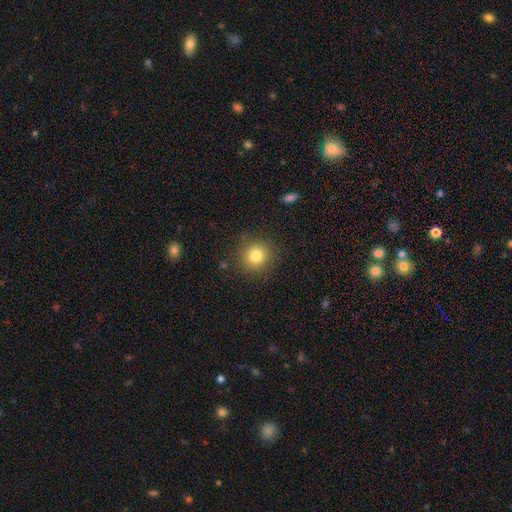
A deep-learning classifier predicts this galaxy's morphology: The model was most divided on "smooth or featured": smooth: 81%, star or artifact: 12%, featured or disk: 8%. More confident: how rounded — round (91%); merging — none (87%).